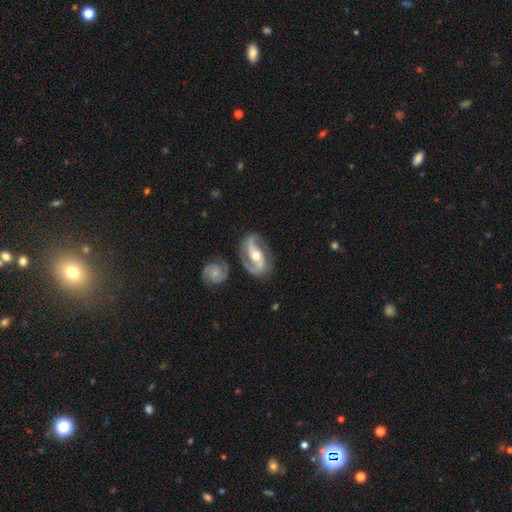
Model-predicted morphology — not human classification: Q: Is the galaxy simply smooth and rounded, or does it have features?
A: featured or disk — 88%.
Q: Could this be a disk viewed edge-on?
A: no — 95%.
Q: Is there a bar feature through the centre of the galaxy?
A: strong — 42%.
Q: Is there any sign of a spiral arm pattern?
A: yes — 96%.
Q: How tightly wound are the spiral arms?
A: medium — 51%.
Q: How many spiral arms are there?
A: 2 — 92%.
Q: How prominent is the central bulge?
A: moderate — 71%.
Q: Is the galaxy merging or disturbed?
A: none — 73%.